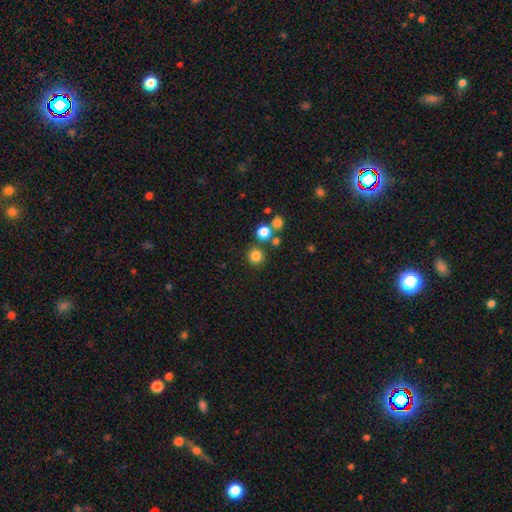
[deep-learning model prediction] Morphology: type=smooth (81%); roundness=round (94%); merging=none (82%).